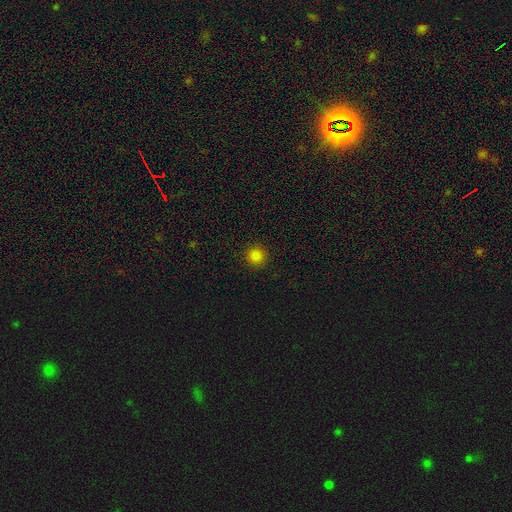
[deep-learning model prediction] smooth 84%, star or artifact 13%, featured or disk 3%. Down the decision tree: how rounded — round (95%); merging — none (92%).